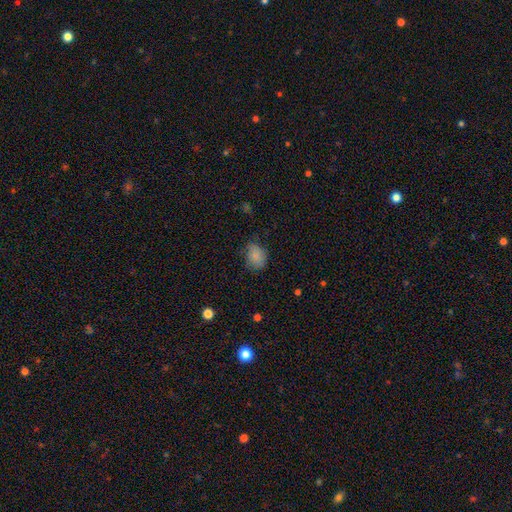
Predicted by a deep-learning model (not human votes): smooth-or-featured: smooth: 84% | star or artifact: 9% | featured or disk: 7%
  how-rounded: in between: 64% | round: 35% | cigar-shaped: 1%
  merging: none: 68% | minor disturbance: 24% | major disturbance: 6% | merger: 1%